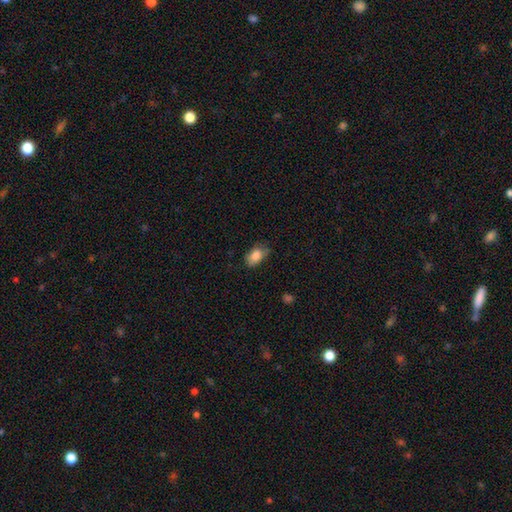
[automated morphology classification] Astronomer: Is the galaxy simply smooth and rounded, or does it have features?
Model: smooth — 85%.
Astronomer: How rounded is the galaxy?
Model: in between — 87%.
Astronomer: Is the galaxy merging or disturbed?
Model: none — 65%.